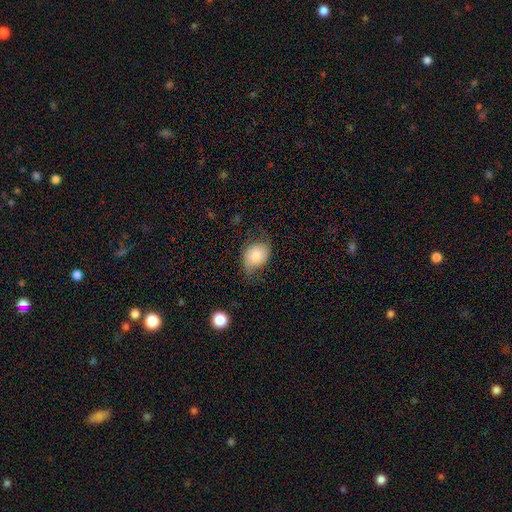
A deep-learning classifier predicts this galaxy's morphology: The model was most divided on "merging": none: 50%, minor disturbance: 34%, major disturbance: 14%, merger: 2%. More confident: smooth or featured — smooth (68%); how rounded — in between (67%).